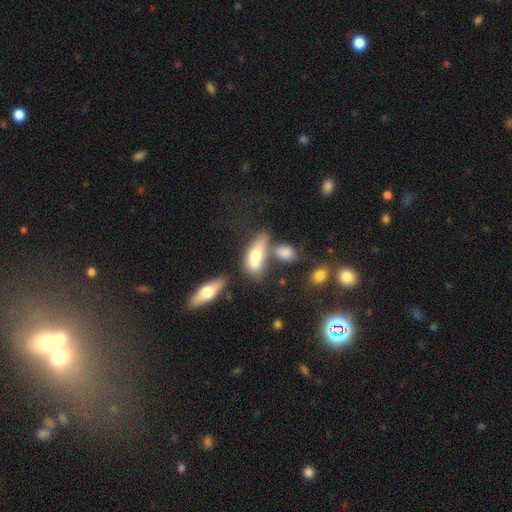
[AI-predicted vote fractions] Smooth or featured?
  - smooth: 60% *
  - featured or disk: 31%
  - star or artifact: 9%
How rounded?
  - in between: 74% *
  - cigar-shaped: 21%
  - round: 5%
Merging?
  - merger: 44% *
  - none: 31%
  - minor disturbance: 15%
  - major disturbance: 10%